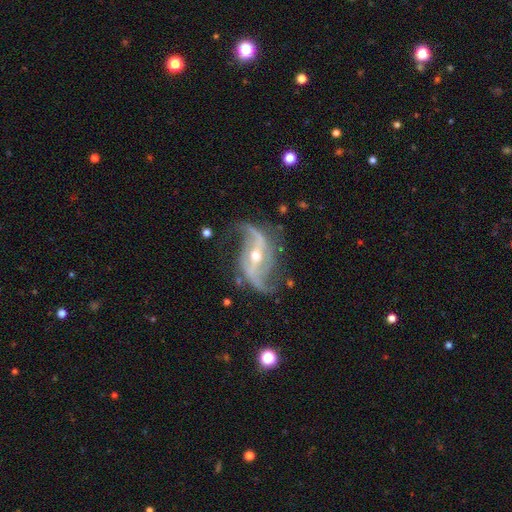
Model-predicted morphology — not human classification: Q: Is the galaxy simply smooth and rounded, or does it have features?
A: featured or disk — 92%.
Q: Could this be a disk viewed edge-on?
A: no — 97%.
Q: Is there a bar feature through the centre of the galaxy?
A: strong — 44%.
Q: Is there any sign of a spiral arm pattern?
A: yes — 98%.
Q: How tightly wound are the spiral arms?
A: loose — 76%.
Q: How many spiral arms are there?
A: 2 — 93%.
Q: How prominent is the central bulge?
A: moderate — 54%.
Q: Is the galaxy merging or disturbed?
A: none — 70%.